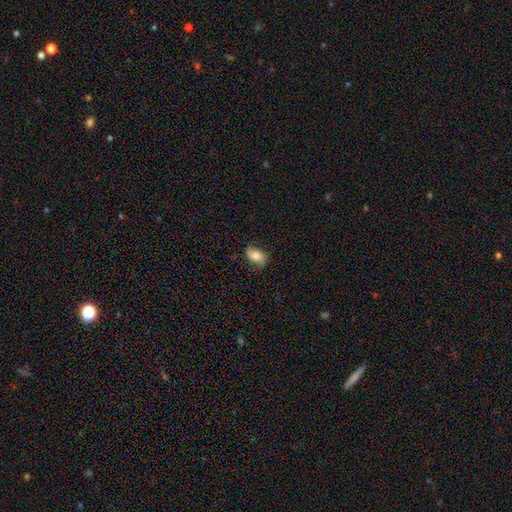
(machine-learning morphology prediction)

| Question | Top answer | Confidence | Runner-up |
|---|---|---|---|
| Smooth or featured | smooth | 48% | featured or disk (44%) |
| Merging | none | 73% | minor disturbance (19%) |